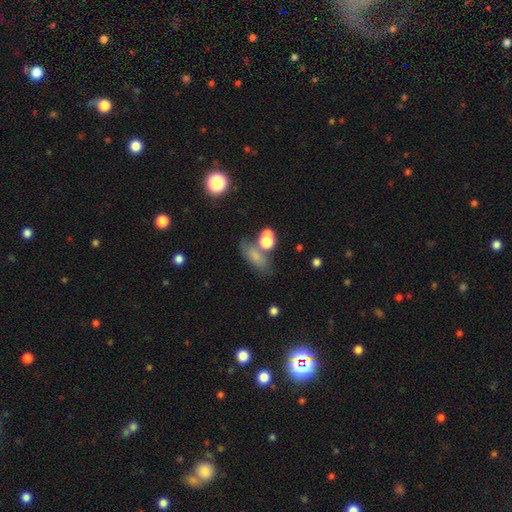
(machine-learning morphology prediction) smooth_or_featured: smooth (p=0.68) [alt: featured or disk p=0.17]
how_rounded: in between (p=0.66) [alt: cigar-shaped p=0.19]
merging: none (p=0.50) [alt: minor disturbance p=0.19]